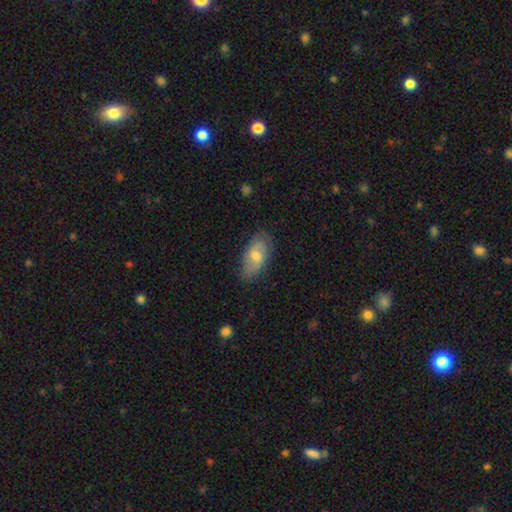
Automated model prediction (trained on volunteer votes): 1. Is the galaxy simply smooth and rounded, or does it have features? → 64% smooth, 29% featured or disk, 7% star or artifact.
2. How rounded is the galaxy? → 91% in between, 4% round, 4% cigar-shaped.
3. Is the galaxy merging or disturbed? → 73% none, 21% minor disturbance, 4% major disturbance, 1% merger.